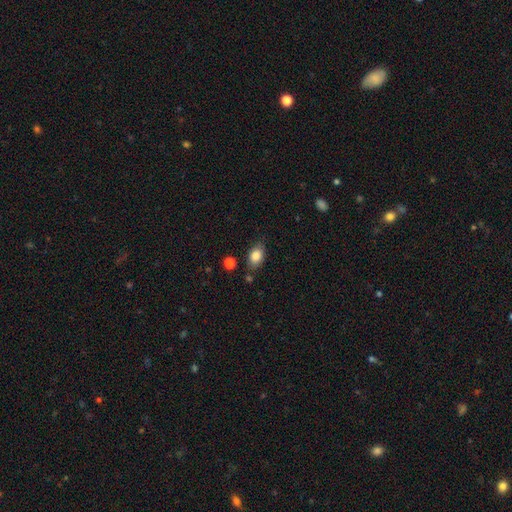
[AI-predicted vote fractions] The model was most divided on "merging": none: 77%, minor disturbance: 16%, merger: 4%, major disturbance: 4%. More confident: smooth or featured — smooth (84%); how rounded — in between (84%).